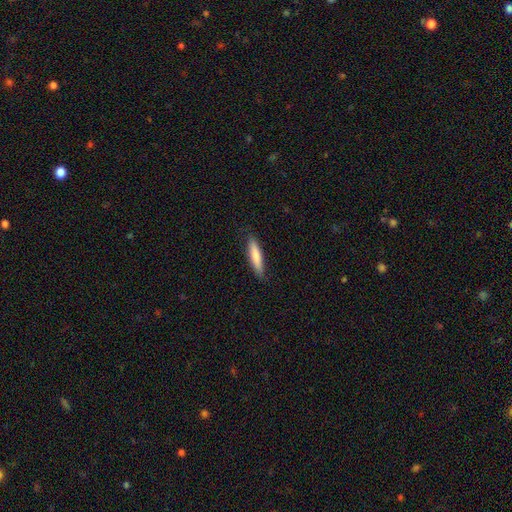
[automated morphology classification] Q: Smooth or featured?
A: smooth (79%); runner-up: featured or disk (15%)
Q: How rounded?
A: cigar-shaped (81%); runner-up: in between (17%)
Q: Merging?
A: none (84%); runner-up: minor disturbance (13%)